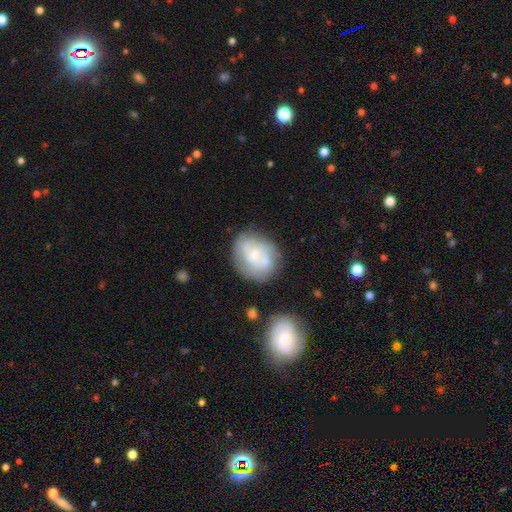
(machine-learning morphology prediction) Smooth or featured? featured or disk (51%)
Edge-on disk? no (97%)
Merging? none (56%)